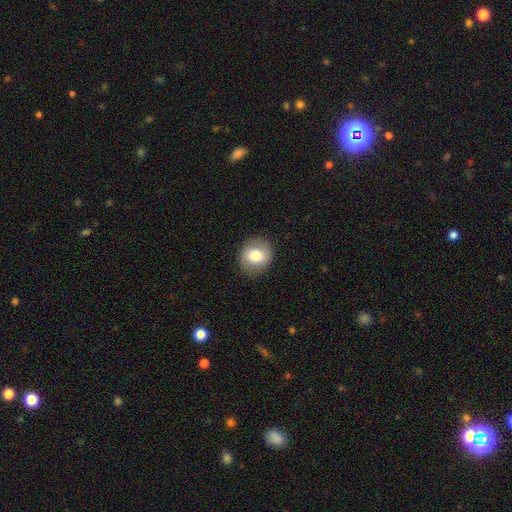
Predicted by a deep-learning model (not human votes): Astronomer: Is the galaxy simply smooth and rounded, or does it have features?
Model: smooth — 75%.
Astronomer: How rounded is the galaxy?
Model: round — 77%.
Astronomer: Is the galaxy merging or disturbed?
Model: none — 87%.